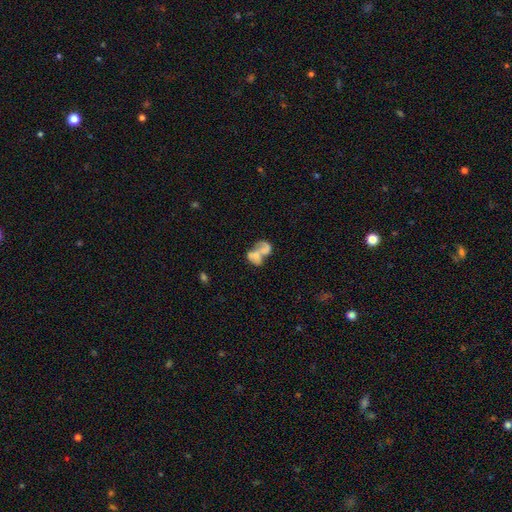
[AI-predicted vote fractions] smooth-or-featured: featured or disk: 51% | smooth: 39% | star or artifact: 10%
  disk-edge-on: no: 97% | yes: 3%
  merging: merger: 67% | none: 13% | major disturbance: 13% | minor disturbance: 7%